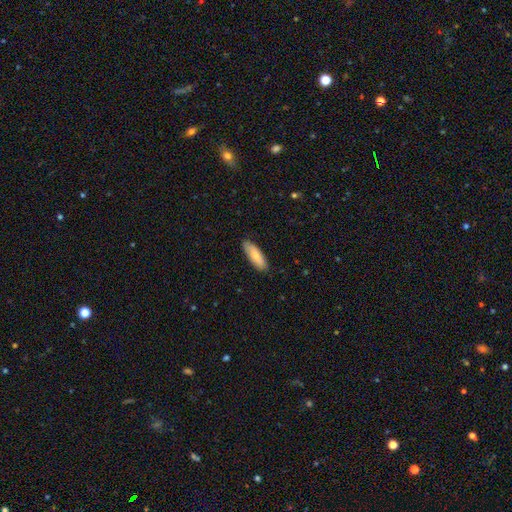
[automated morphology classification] smooth_or_featured: smooth (p=0.81) [alt: featured or disk p=0.13]
how_rounded: in between (p=0.59) [alt: cigar-shaped p=0.40]
merging: none (p=0.86) [alt: minor disturbance p=0.11]